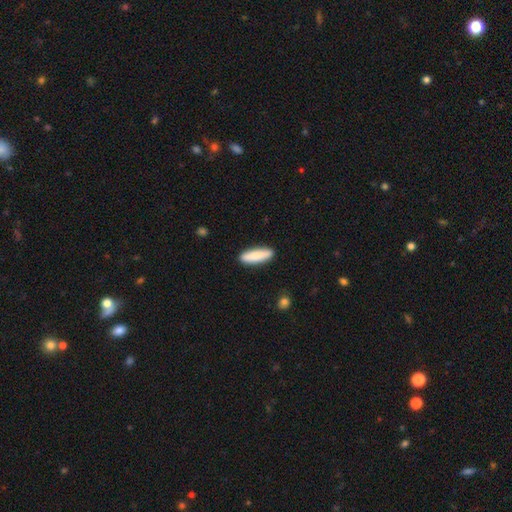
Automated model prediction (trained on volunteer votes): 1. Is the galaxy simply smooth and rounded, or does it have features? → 84% smooth, 10% featured or disk, 5% star or artifact.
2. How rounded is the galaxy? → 63% cigar-shaped, 35% in between, 2% round.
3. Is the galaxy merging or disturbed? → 89% none, 8% minor disturbance, 2% major disturbance, 1% merger.